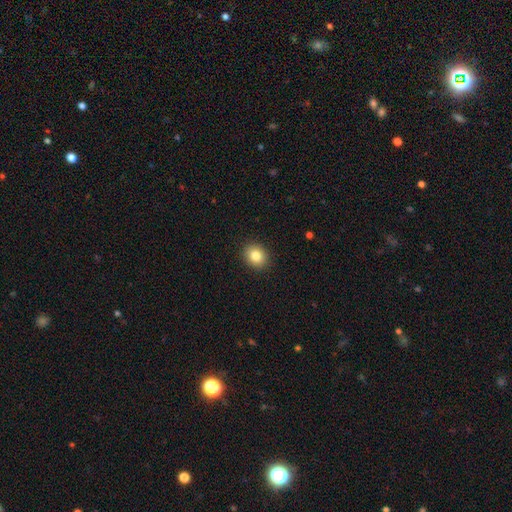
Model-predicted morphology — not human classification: This is clearly a smooth galaxy (83%). How rounded: likely round (64%). Merging: clearly none (91%).